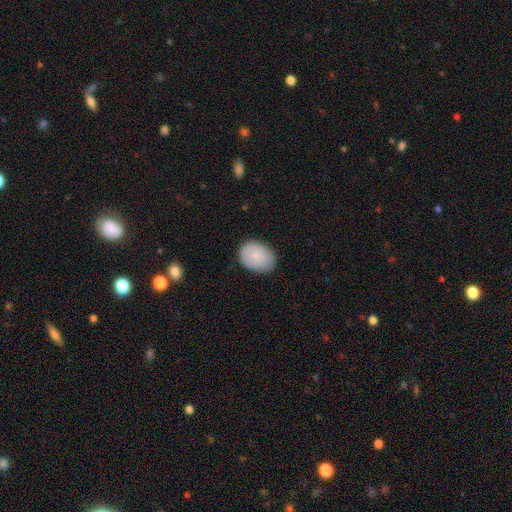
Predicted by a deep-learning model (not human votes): Overall: smooth (82%). How rounded: in between (70%). Merging: none (78%).